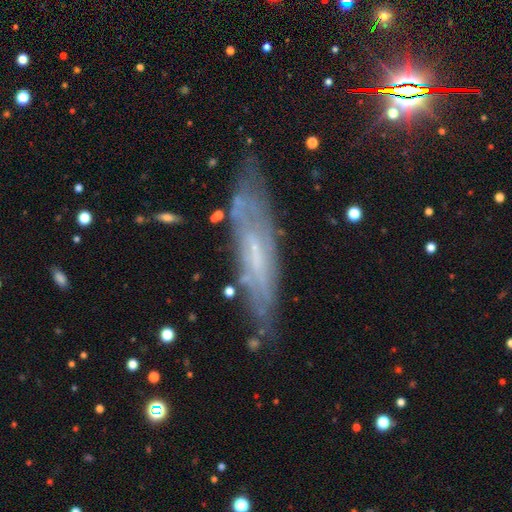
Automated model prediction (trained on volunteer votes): featured or disk 63%, smooth 27%, star or artifact 10%. Down the decision tree: edge-on disk — yes (53%); merging — none (74%).